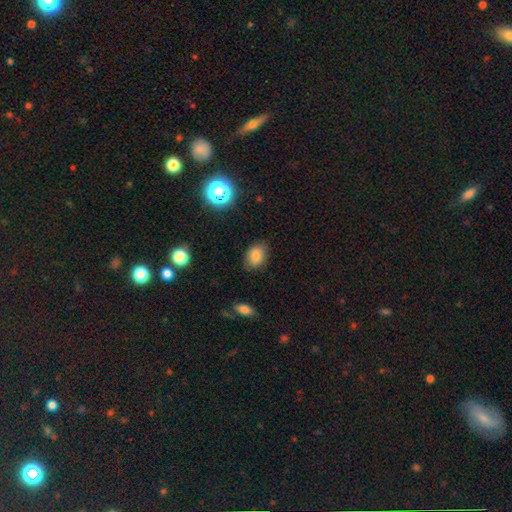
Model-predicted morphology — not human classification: Smooth or featured?
  - smooth: 80% *
  - star or artifact: 12%
  - featured or disk: 8%
How rounded?
  - in between: 66% *
  - round: 33%
  - cigar-shaped: 1%
Merging?
  - none: 79% *
  - minor disturbance: 16%
  - major disturbance: 4%
  - merger: 1%